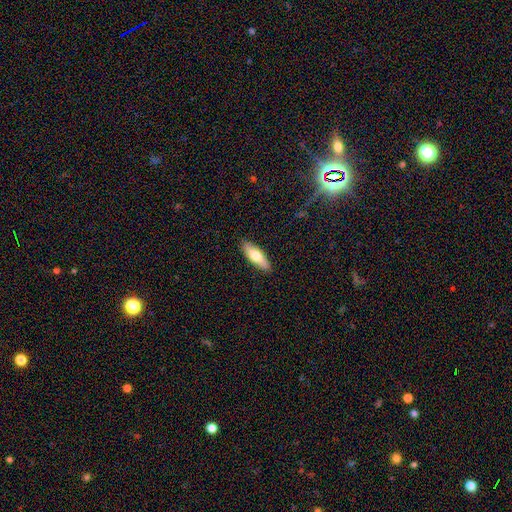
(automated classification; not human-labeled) This is likely a smooth galaxy (71%). How rounded: possibly in between (51%). Merging: clearly none (89%).